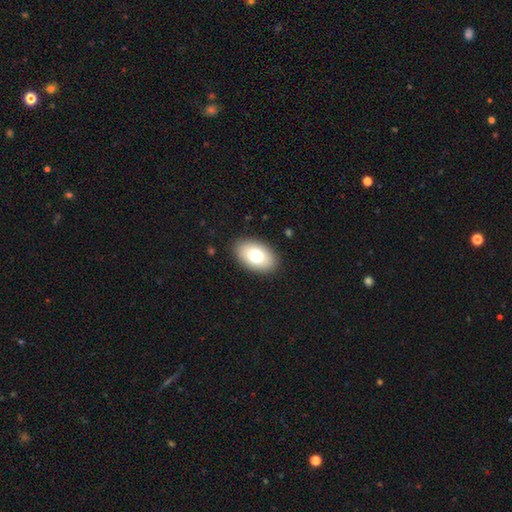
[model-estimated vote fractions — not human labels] Q: Smooth or featured?
A: smooth (78%); runner-up: featured or disk (15%)
Q: How rounded?
A: in between (92%); runner-up: round (7%)
Q: Merging?
A: none (88%); runner-up: minor disturbance (8%)